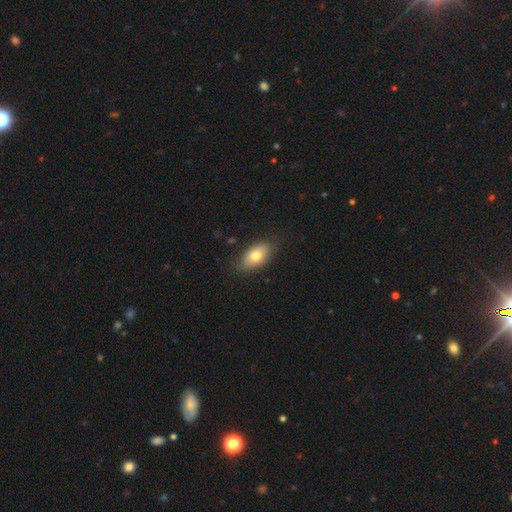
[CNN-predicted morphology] This is likely a smooth galaxy (76%). How rounded: clearly in between (90%). Merging: clearly none (80%).